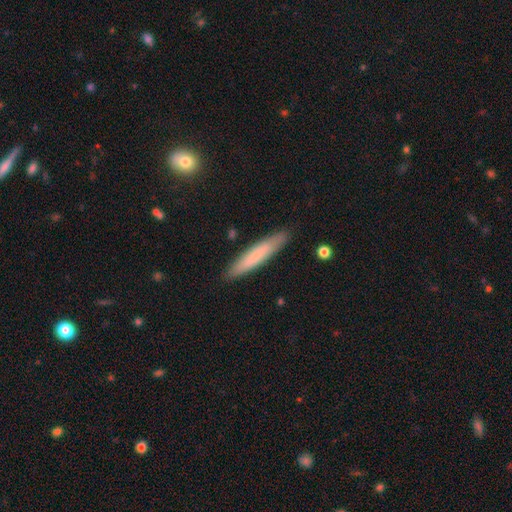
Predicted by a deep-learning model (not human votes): smooth-or-featured: smooth: 71% | featured or disk: 23% | star or artifact: 6%
  how-rounded: cigar-shaped: 92% | in between: 7% | round: 1%
  merging: none: 88% | minor disturbance: 9% | major disturbance: 2% | merger: 1%